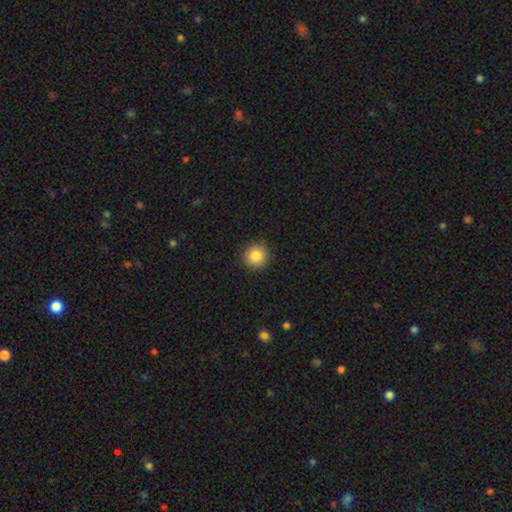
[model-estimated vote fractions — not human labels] Smooth or featured? smooth (85%)
How rounded? round (94%)
Merging? none (91%)